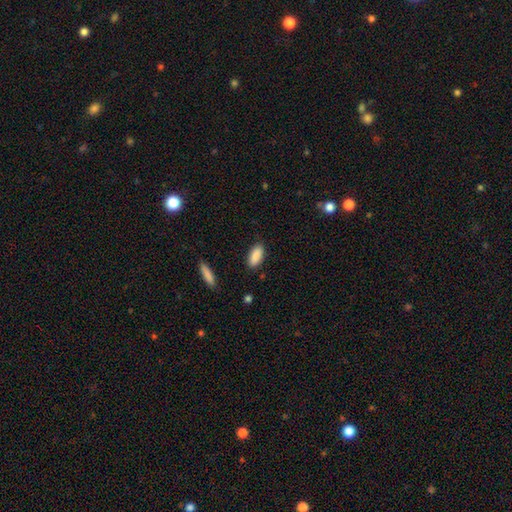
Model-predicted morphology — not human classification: A smooth galaxy with no disk features (89%) that is in between round and cigar-shaped (83%).

Vote fractions:
- Smooth or featured? smooth: 89% / star or artifact: 7% / featured or disk: 4%
- How rounded? in between: 83% / cigar-shaped: 15% / round: 2%
- Merging? none: 86% / minor disturbance: 10% / major disturbance: 2% / merger: 1%